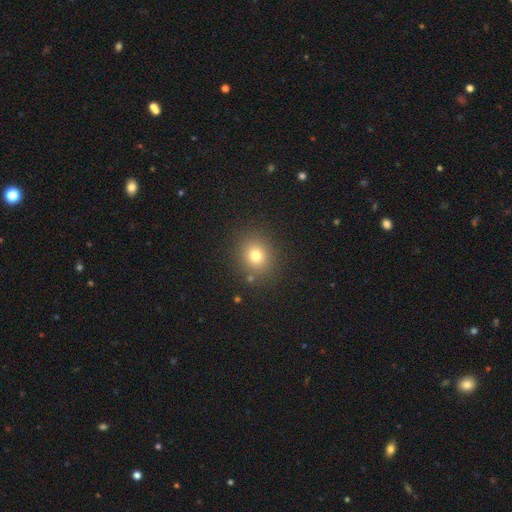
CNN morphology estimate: Smooth or featured? smooth (76%)
How rounded? round (79%)
Merging? none (86%)